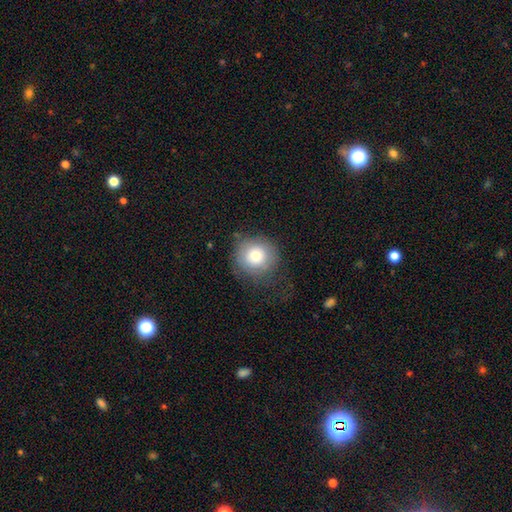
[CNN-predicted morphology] smooth_or_featured: smooth (p=0.75) [alt: featured or disk p=0.15]
how_rounded: round (p=0.92) [alt: in between p=0.07]
merging: none (p=0.69) [alt: minor disturbance p=0.19]